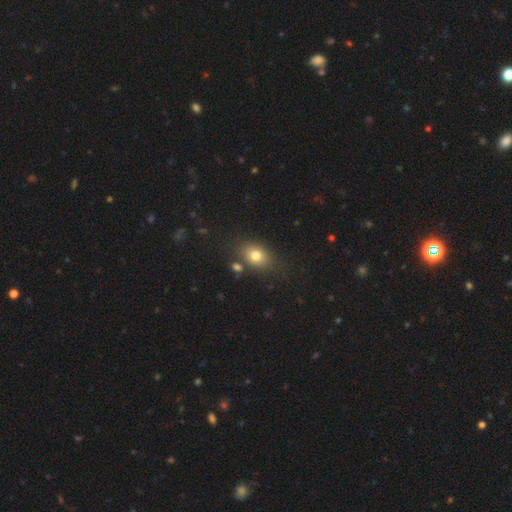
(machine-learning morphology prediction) A smooth galaxy with no disk features (77%) that is in between round and cigar-shaped (67%). Merging: none (75%).